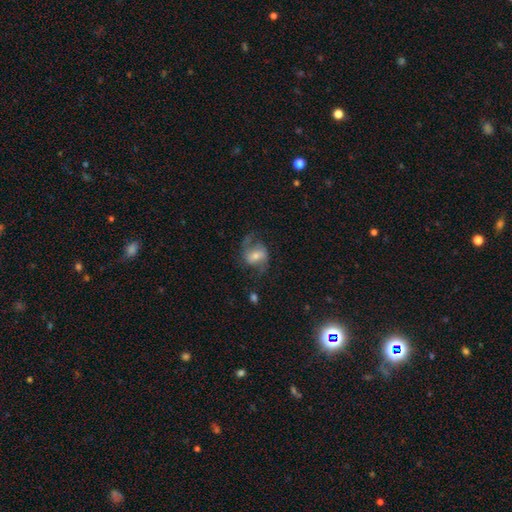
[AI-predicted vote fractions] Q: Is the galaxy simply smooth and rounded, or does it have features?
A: featured or disk — 60%.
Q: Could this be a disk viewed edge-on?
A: no — 96%.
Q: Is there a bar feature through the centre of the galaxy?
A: weak — 40%.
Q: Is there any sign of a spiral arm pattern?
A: yes — 83%.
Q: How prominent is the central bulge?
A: moderate — 48%.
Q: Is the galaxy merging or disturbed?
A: none — 57%.